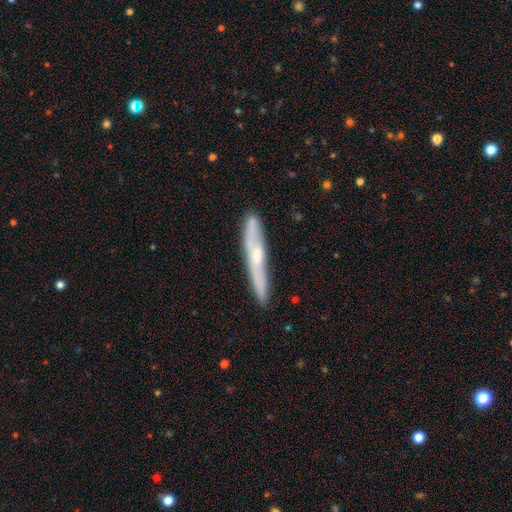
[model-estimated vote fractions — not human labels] The model was most divided on "smooth or featured": featured or disk: 57%, smooth: 36%, star or artifact: 6%. More confident: edge-on disk — yes (85%); merging — none (83%).